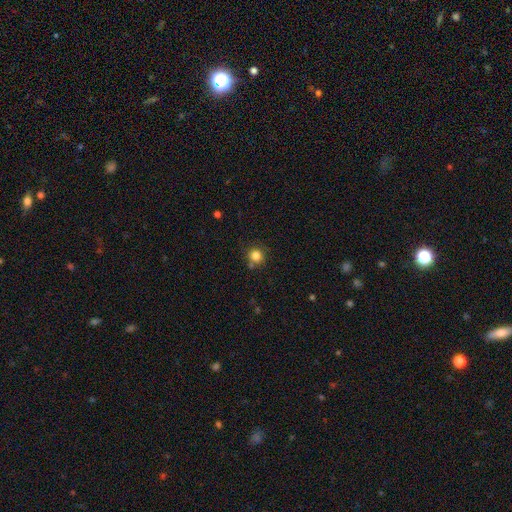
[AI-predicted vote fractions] smooth_or_featured: smooth (p=0.82) [alt: star or artifact p=0.12]
how_rounded: round (p=0.92) [alt: in between p=0.07]
merging: none (p=0.78) [alt: minor disturbance p=0.11]